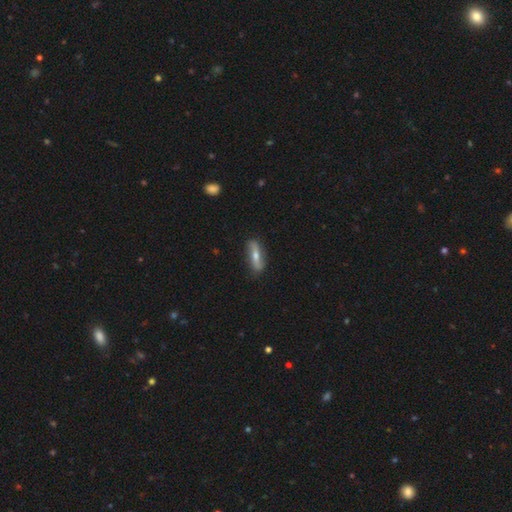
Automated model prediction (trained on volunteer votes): Morphology: type=featured or disk (53%); edge-on=no (54%); merging=none (84%).